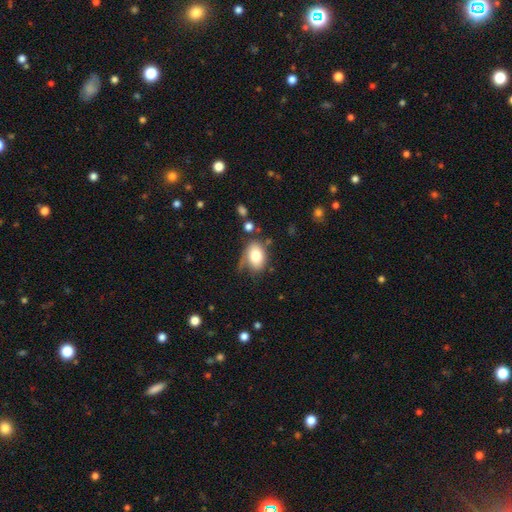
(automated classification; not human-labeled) smooth_or_featured: smooth (p=0.77) [alt: featured or disk p=0.15]
how_rounded: in between (p=0.82) [alt: round p=0.16]
merging: none (p=0.54) [alt: minor disturbance p=0.26]